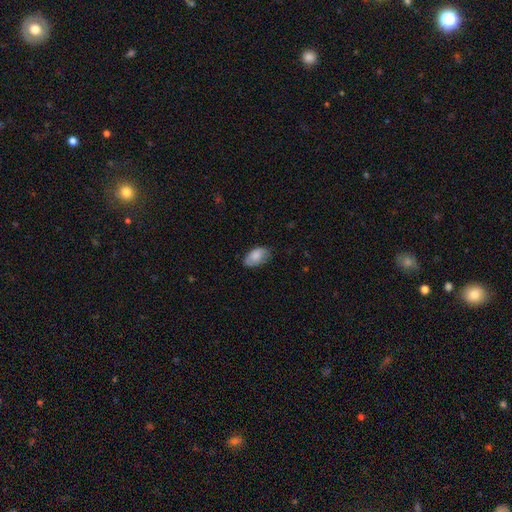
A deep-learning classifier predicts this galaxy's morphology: A smooth galaxy with no disk features (81%) that is in between round and cigar-shaped (94%).

Vote fractions:
- Smooth or featured? smooth: 81% / featured or disk: 12% / star or artifact: 6%
- How rounded? in between: 94% / round: 5% / cigar-shaped: 2%
- Merging? none: 75% / minor disturbance: 20% / major disturbance: 4% / merger: 1%